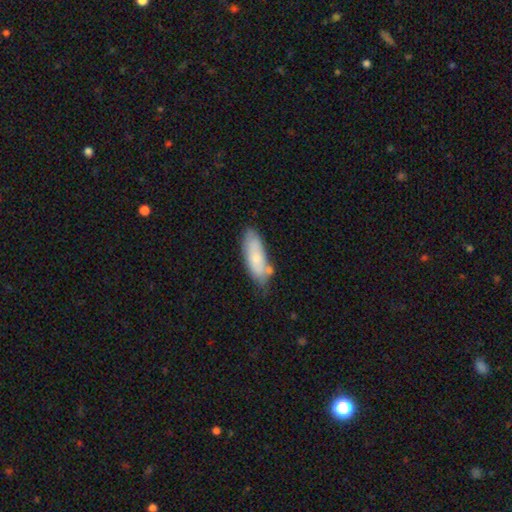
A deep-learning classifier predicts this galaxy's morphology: Smooth or featured? smooth (69%)
How rounded? in between (66%)
Merging? none (62%)